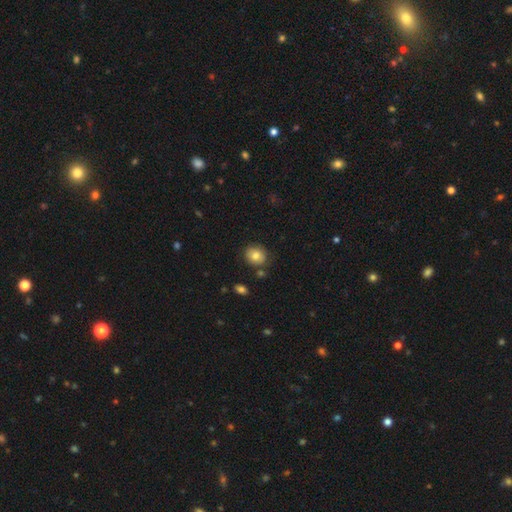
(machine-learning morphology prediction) Smooth or featured? Predicted: smooth (p=0.80). How rounded? Predicted: round (p=0.71). Merging? Predicted: none (p=0.80).